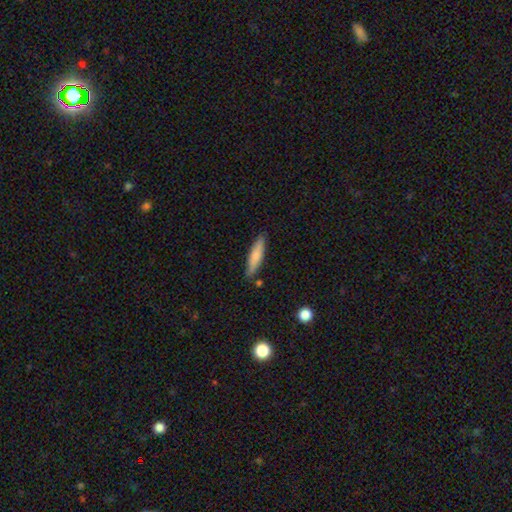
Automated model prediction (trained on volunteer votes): smooth_or_featured: smooth (p=0.75) [alt: featured or disk p=0.19]
how_rounded: cigar-shaped (p=0.74) [alt: in between p=0.24]
merging: none (p=0.81) [alt: minor disturbance p=0.13]